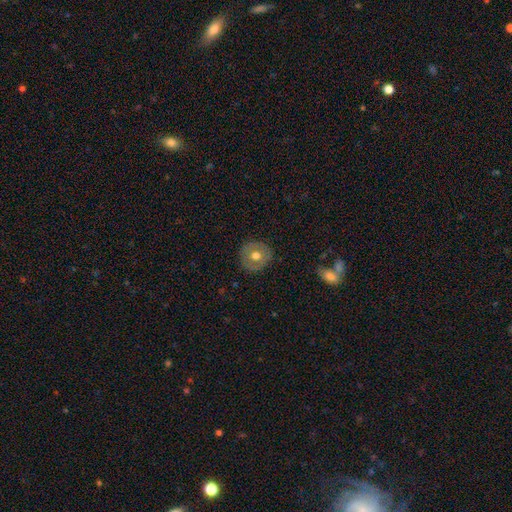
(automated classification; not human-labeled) Morphology: type=smooth (57%); roundness=round (90%); merging=none (87%).